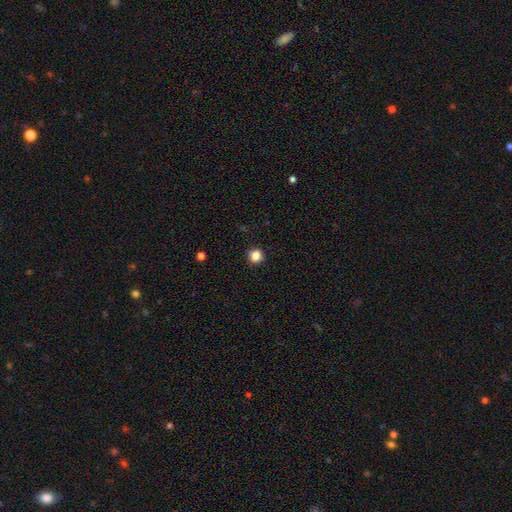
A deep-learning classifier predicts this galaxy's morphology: A smooth galaxy with no disk features (85%) that is round (86%). Merging: none (89%).